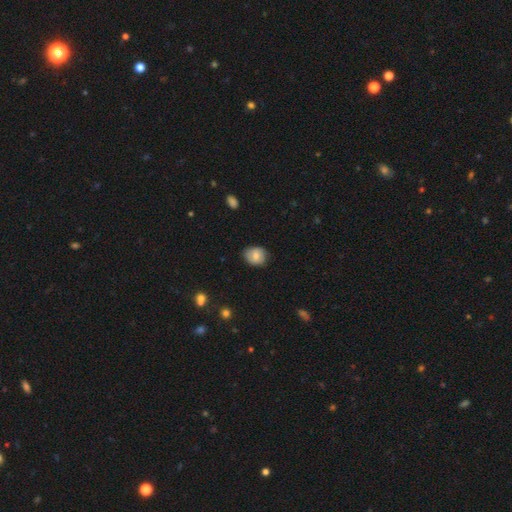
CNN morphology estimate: The model was most divided on "how rounded": round: 62%, in between: 37%, cigar-shaped: 1%. More confident: merging — none (79%); smooth or featured — smooth (77%).